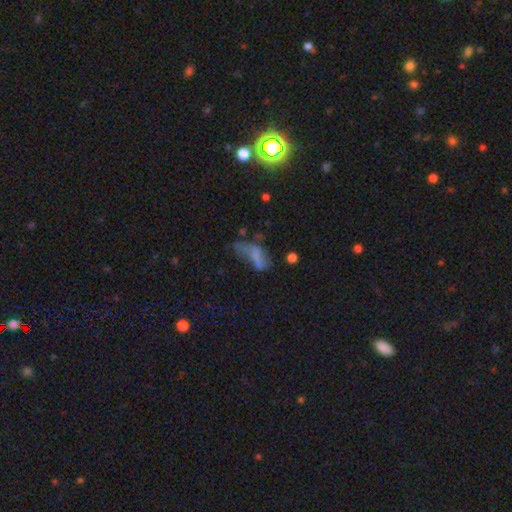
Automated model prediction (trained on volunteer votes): Q: Smooth or featured?
A: smooth (48%); runner-up: featured or disk (33%)
Q: Merging?
A: major disturbance (37%); runner-up: none (27%)